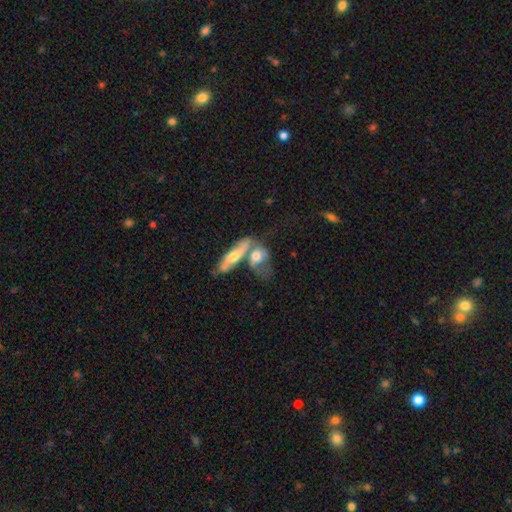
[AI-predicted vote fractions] smooth 49%, featured or disk 44%, star or artifact 7%. Down the decision tree: merging — merger (62%).